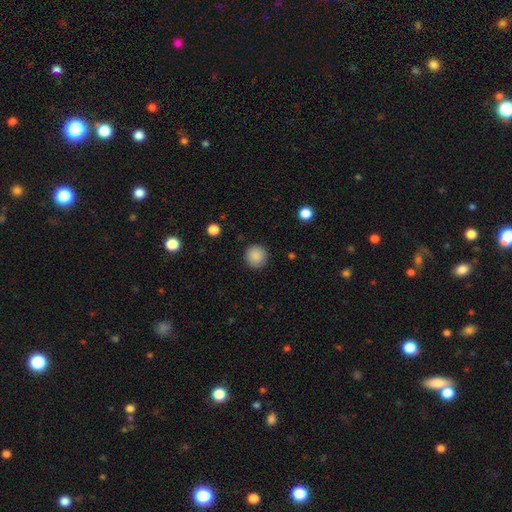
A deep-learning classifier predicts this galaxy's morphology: Q: Smooth or featured?
A: smooth (88%); runner-up: star or artifact (8%)
Q: How rounded?
A: round (95%); runner-up: in between (4%)
Q: Merging?
A: none (91%); runner-up: minor disturbance (6%)